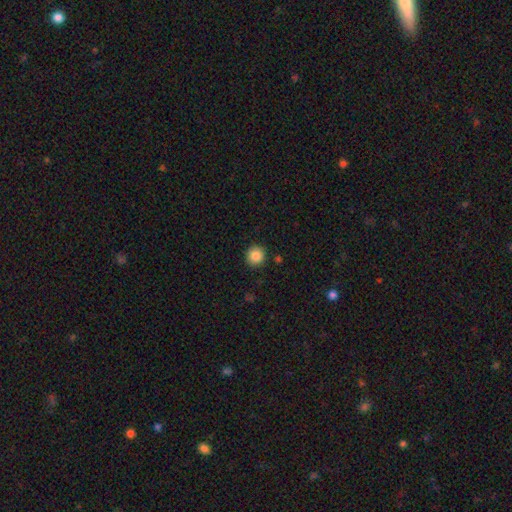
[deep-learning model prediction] Overall: smooth (86%). How rounded: round (93%). Merging: none (92%).